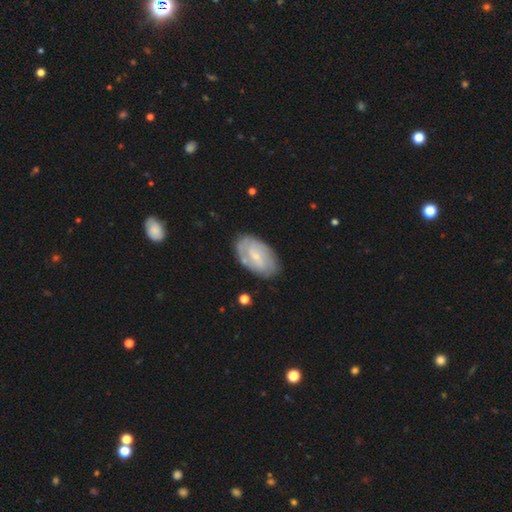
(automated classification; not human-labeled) Smooth or featured? Predicted: featured or disk (p=0.67). Edge-on disk? Predicted: no (p=0.96). Bar? Predicted: weak (p=0.50). Spiral arms? Predicted: yes (p=0.82). Spiral winding? Predicted: tight (p=0.53). Spiral arm count? Predicted: 2 (p=0.44). Bulge size? Predicted: small (p=0.74). Merging? Predicted: none (p=0.77).